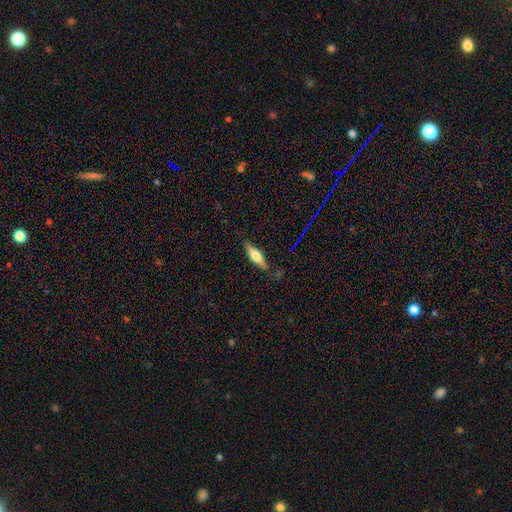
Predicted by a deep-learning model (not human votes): Q: Smooth or featured?
A: smooth (47%); runner-up: featured or disk (46%)
Q: Merging?
A: none (81%); runner-up: minor disturbance (14%)